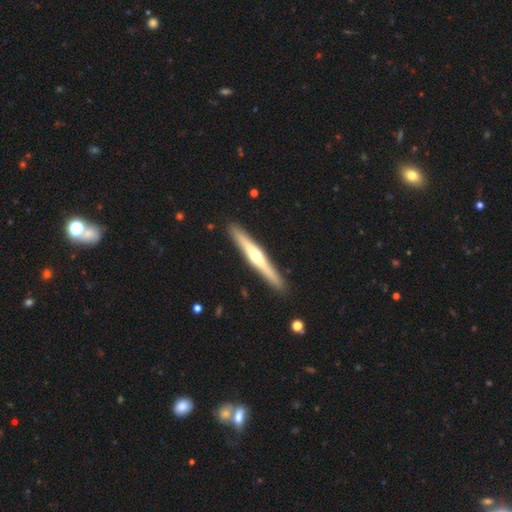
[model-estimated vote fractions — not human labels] featured or disk 70%, smooth 25%, star or artifact 5%. Down the decision tree: edge-on disk — yes (97%); edge-on bulge — rounded (90%); merging — none (92%).